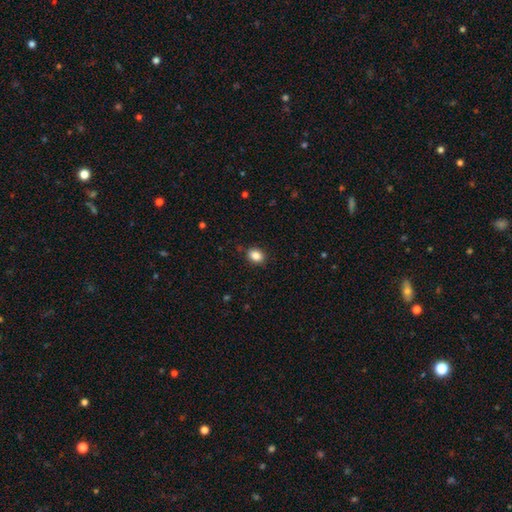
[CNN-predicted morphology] Overall: smooth (86%). How rounded: in between (63%; round 36%). Merging: none (86%).